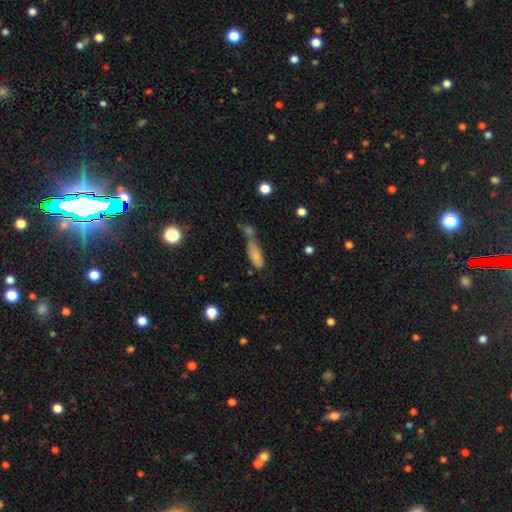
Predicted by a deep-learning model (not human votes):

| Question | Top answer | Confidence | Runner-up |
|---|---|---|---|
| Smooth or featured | smooth | 78% | featured or disk (12%) |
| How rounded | in between | 67% | cigar-shaped (29%) |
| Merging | merger | 46% | none (25%) |